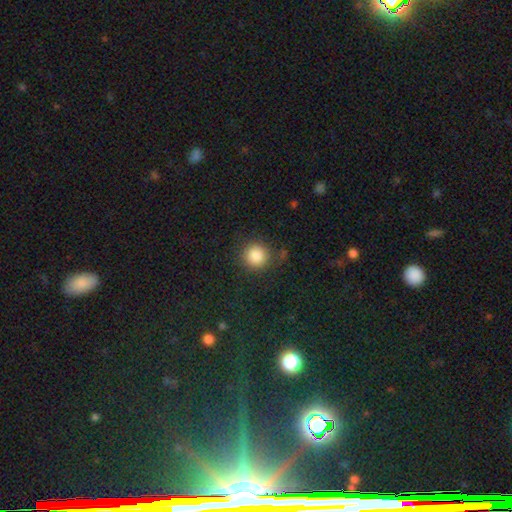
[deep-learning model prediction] Smooth or featured? smooth (86%)
How rounded? round (93%)
Merging? none (83%)